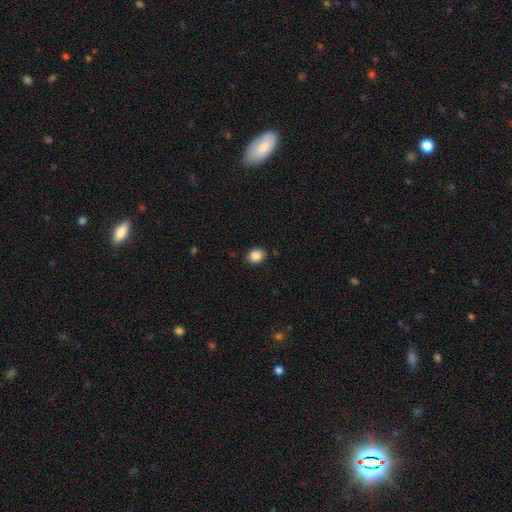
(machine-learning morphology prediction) The model was most divided on "how rounded": round: 55%, in between: 44%, cigar-shaped: 1%. More confident: merging — none (88%); smooth or featured — smooth (88%).